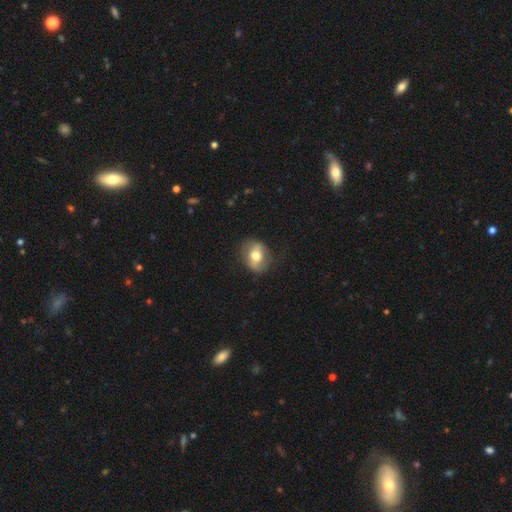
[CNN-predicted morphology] Overall: smooth (51%; featured or disk 42%). How rounded: in between (56%; round 42%). Merging: none (79%).